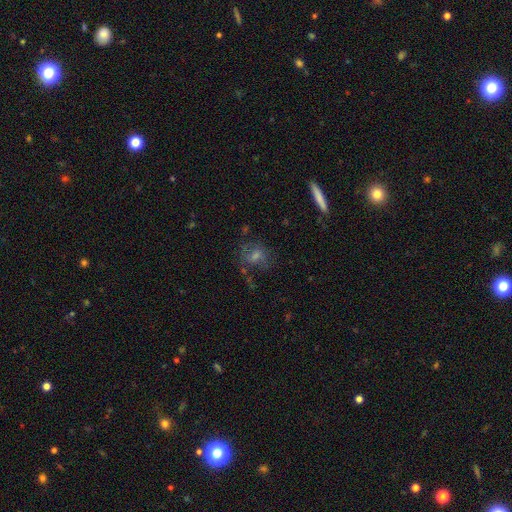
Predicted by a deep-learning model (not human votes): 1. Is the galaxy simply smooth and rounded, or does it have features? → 48% featured or disk, 34% smooth, 18% star or artifact.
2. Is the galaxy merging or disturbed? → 61% none, 18% minor disturbance, 17% major disturbance, 4% merger.